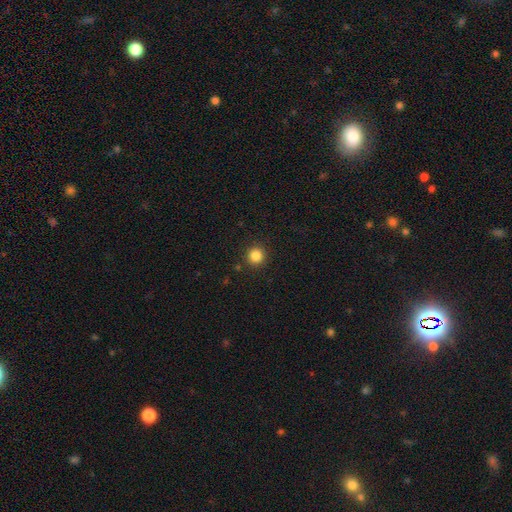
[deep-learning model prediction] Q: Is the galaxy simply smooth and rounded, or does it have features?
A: smooth — 84%.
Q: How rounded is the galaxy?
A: round — 94%.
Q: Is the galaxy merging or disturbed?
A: none — 91%.